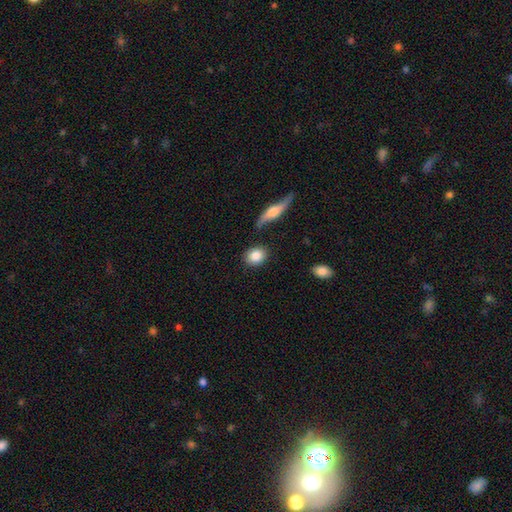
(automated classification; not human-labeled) The model was most divided on "how rounded": round: 58%, in between: 39%, cigar-shaped: 3%. More confident: smooth or featured — smooth (85%); merging — none (81%).